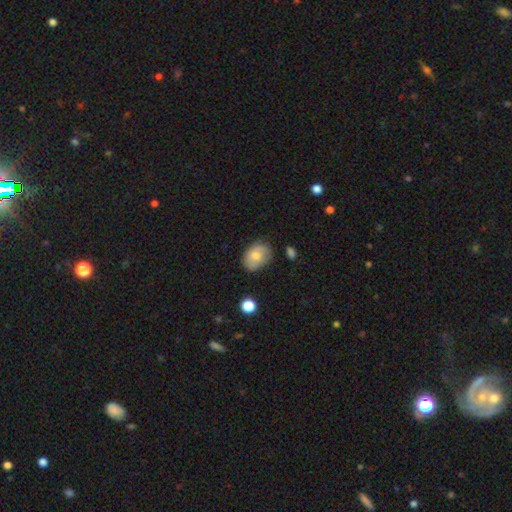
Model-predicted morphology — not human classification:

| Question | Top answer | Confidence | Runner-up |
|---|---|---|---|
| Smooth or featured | smooth | 72% | featured or disk (20%) |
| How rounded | in between | 72% | round (27%) |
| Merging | none | 70% | minor disturbance (23%) |